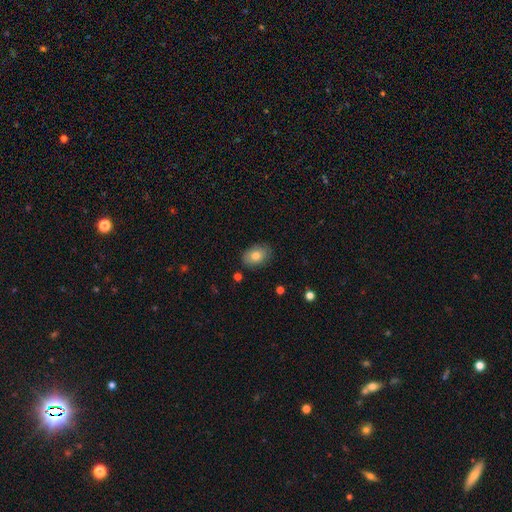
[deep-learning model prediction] Smooth or featured? Predicted: smooth (p=0.79). How rounded? Predicted: in between (p=0.82). Merging? Predicted: none (p=0.84).